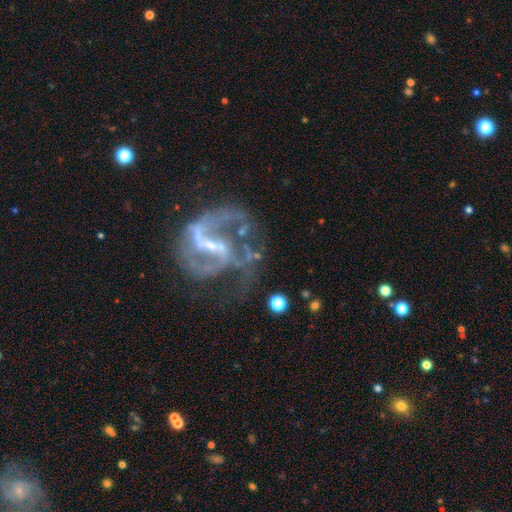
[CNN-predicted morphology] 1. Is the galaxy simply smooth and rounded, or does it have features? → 89% featured or disk, 7% star or artifact, 4% smooth.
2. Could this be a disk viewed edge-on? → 98% no, 2% yes.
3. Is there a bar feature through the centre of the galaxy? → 43% weak, 42% strong, 15% no.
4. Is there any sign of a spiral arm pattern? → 94% yes, 6% no.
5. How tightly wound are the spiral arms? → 50% medium, 37% loose, 13% tight.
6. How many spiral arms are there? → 76% 2, 7% can't tell, 7% 3, 6% 1, 3% 4, 2% more than 4.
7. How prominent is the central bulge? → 67% small, 19% moderate, 12% none, 1% large, 1% dominant.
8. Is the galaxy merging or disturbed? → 44% none, 31% major disturbance, 19% minor disturbance, 6% merger.